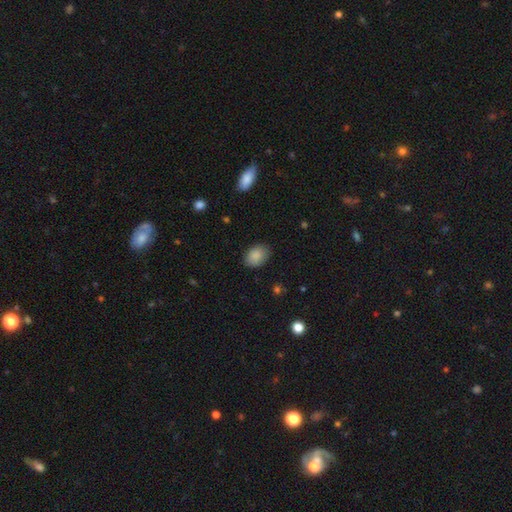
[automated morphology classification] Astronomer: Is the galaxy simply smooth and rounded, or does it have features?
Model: smooth — 87%.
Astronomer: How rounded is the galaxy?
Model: in between — 76%.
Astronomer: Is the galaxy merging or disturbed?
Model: none — 82%.